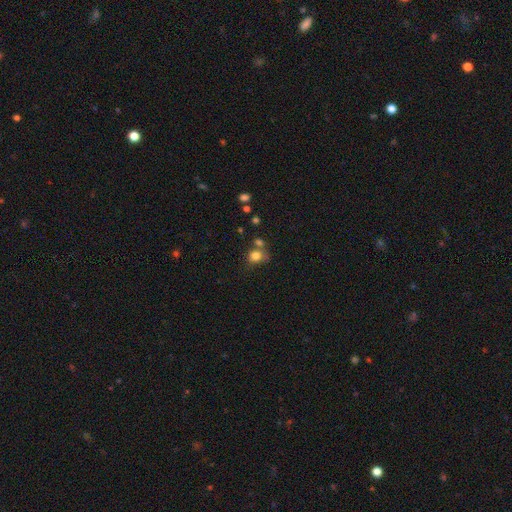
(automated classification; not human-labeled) smooth-or-featured: smooth: 80% | star or artifact: 12% | featured or disk: 8%
  how-rounded: round: 66% | in between: 33% | cigar-shaped: 1%
  merging: none: 51% | merger: 22% | minor disturbance: 19% | major disturbance: 8%